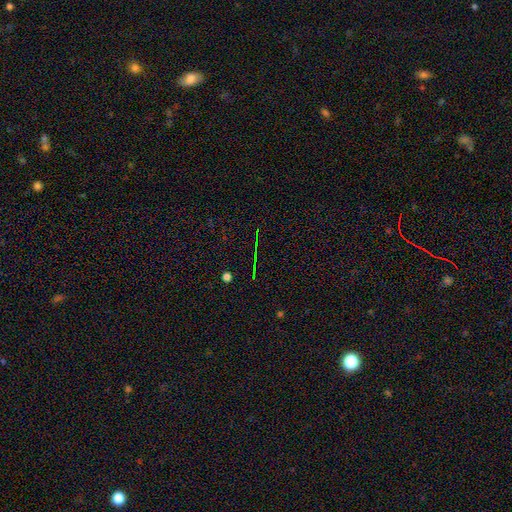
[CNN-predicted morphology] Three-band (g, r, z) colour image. It shows a star or artifact, not a galaxy (74%).